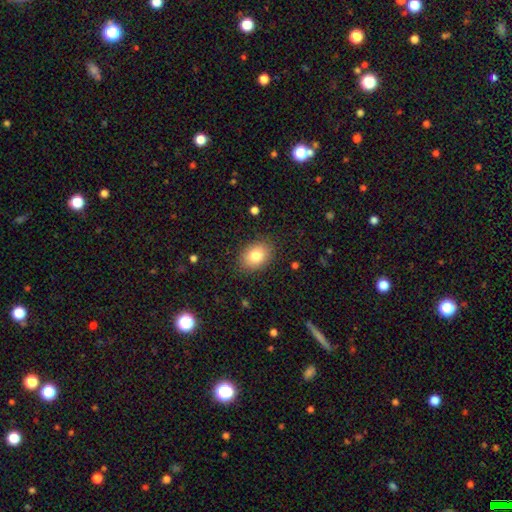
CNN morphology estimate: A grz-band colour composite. It shows a smooth galaxy with no disk features (81%) that is in between round and cigar-shaped (72%). Merging: none (86%).